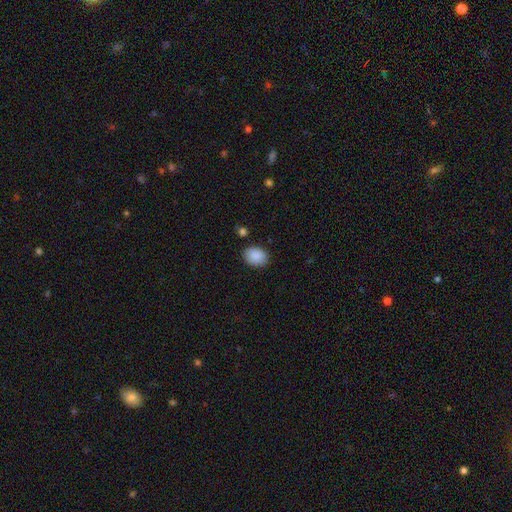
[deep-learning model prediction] Smooth or featured? Predicted: smooth (p=0.89). How rounded? Predicted: in between (p=0.69). Merging? Predicted: none (p=0.84).